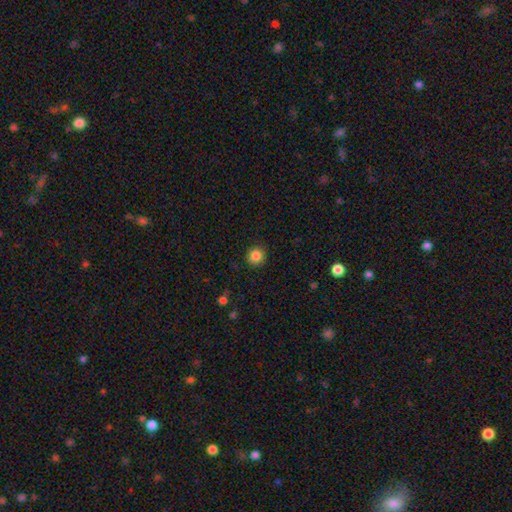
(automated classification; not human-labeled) A smooth galaxy with no disk features (86%) that is round (93%).

Vote fractions:
- Smooth or featured? smooth: 86% / star or artifact: 10% / featured or disk: 4%
- How rounded? round: 93% / in between: 6% / cigar-shaped: 1%
- Merging? none: 91% / minor disturbance: 6% / major disturbance: 2% / merger: 1%